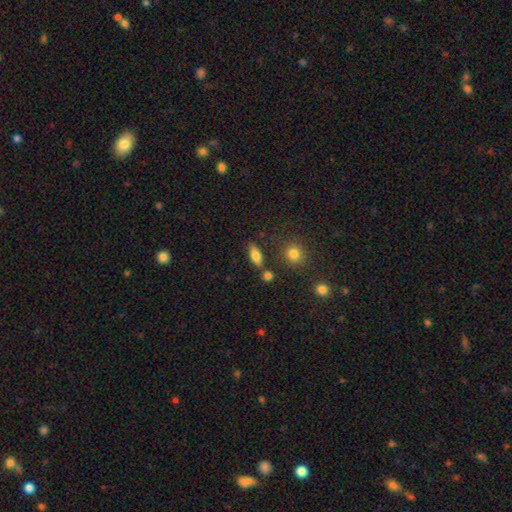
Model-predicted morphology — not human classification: Smooth or featured? smooth (73%)
How rounded? in between (72%)
Merging? none (76%)